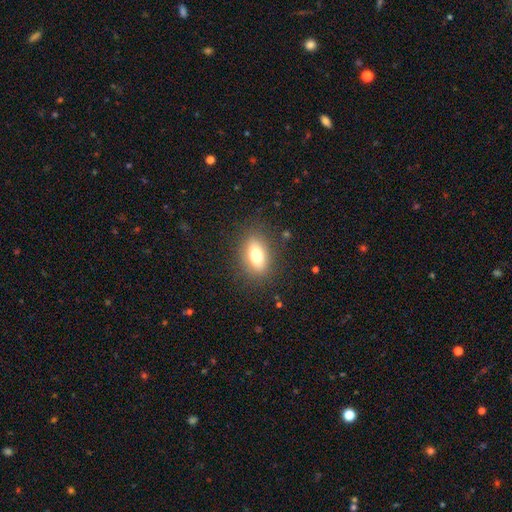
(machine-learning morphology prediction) smooth_or_featured: smooth (p=0.71) [alt: featured or disk p=0.19]
how_rounded: in between (p=0.80) [alt: round p=0.11]
merging: none (p=0.84) [alt: minor disturbance p=0.11]